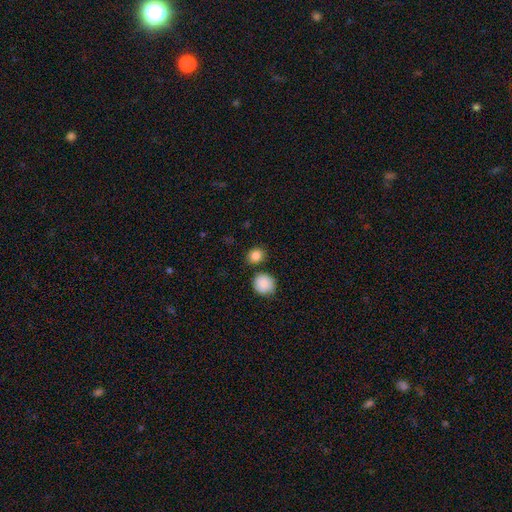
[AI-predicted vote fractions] A smooth galaxy with no disk features (85%) that is round (73%). Merging: none (77%).